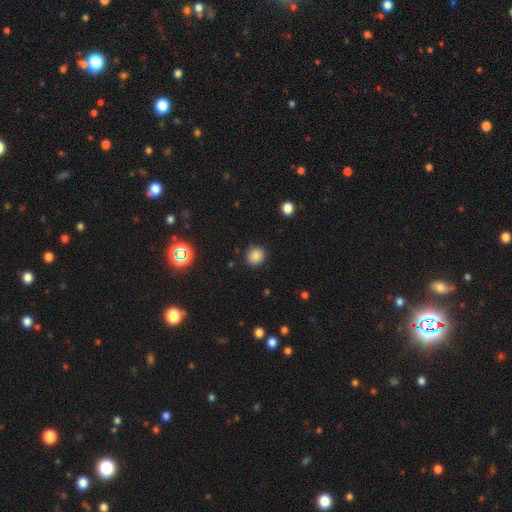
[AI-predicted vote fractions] smooth 84%, star or artifact 12%, featured or disk 3%. Down the decision tree: how rounded — round (83%); merging — none (88%).